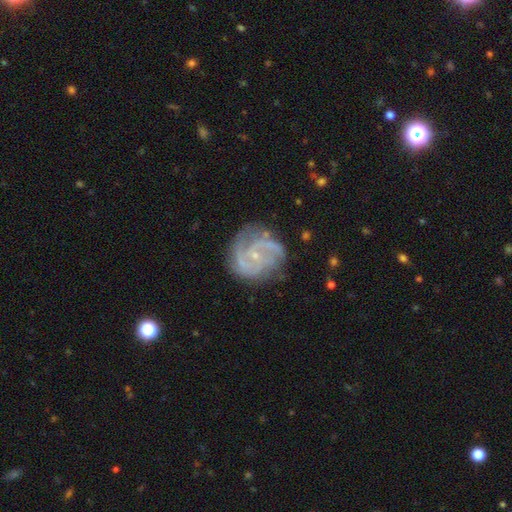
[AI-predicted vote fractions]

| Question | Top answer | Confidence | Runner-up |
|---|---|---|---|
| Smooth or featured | featured or disk | 86% | smooth (7%) |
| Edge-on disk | no | 98% | yes (2%) |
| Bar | no | 60% | weak (33%) |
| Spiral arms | yes | 96% | no (4%) |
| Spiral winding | medium | 50% | tight (37%) |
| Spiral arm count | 2 | 43% | 3 (28%) |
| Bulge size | small | 82% | moderate (12%) |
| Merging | none | 71% | minor disturbance (19%) |